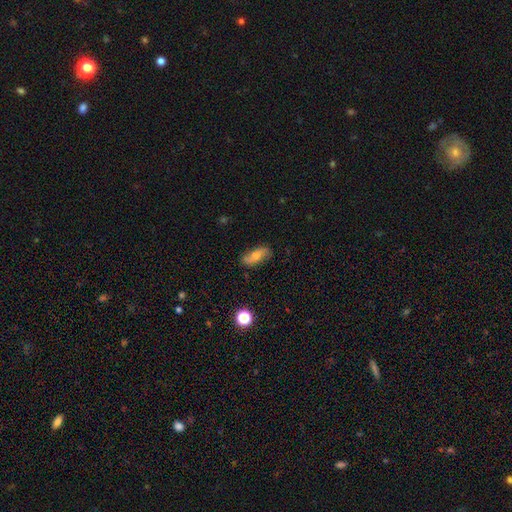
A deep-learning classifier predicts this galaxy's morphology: Smooth or featured: featured or disk — 49% (smooth — 42%)
Merging: none — 81% (minor disturbance — 14%)